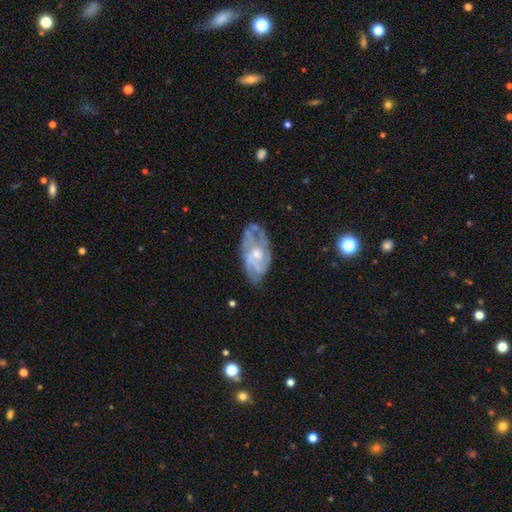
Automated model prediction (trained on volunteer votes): A featured or disk galaxy (78%) with no bar (72%), tight (47%) spiral arms (81%) and a moderate central bulge (53%).

Vote fractions:
- Smooth or featured? featured or disk: 78% / smooth: 16% / star or artifact: 6%
- Edge-on disk? no: 95% / yes: 5%
- Bar? no: 72% / weak: 24% / strong: 4%
- Spiral arms? yes: 81% / no: 19%
- Spiral winding? tight: 47% / medium: 38% / loose: 15%
- Spiral arm count? can't tell: 42% / 2: 21% / 3: 21% / 4: 9% / 1: 5% / more than 4: 4%
- Bulge size? moderate: 53% / small: 37% / none: 5% / large: 4% / dominant: 1%
- Merging? none: 57% / minor disturbance: 26% / major disturbance: 14% / merger: 3%